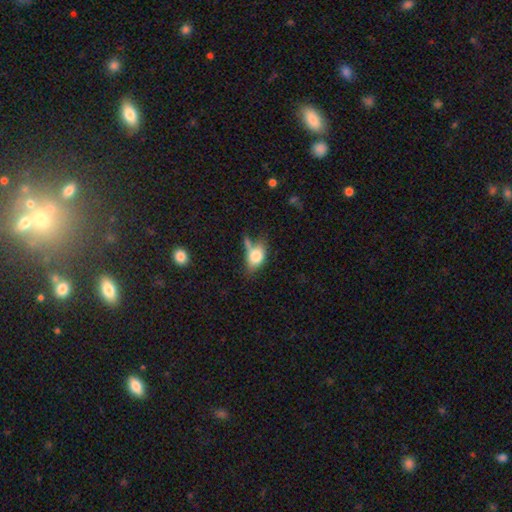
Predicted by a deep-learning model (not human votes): Morphology: type=smooth (71%); roundness=in between (77%); merging=none (43%).